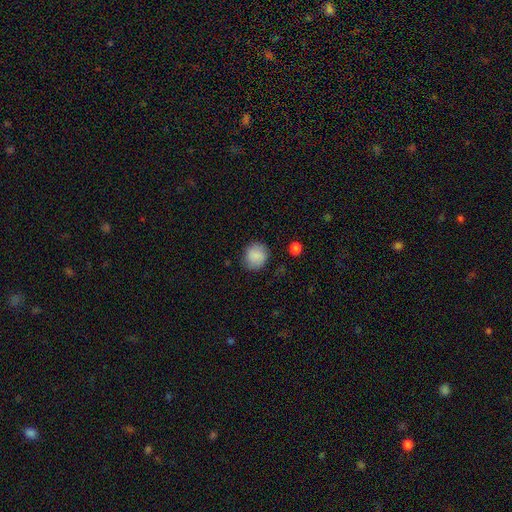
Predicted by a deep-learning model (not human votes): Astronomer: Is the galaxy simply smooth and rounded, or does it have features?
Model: smooth — 87%.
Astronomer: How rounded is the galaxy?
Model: round — 84%.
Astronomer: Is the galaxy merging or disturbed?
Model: none — 84%.